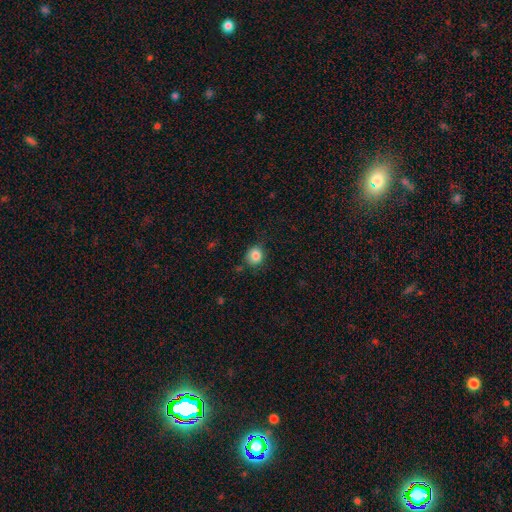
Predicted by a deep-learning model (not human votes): Smooth or featured? smooth (84%)
How rounded? round (78%)
Merging? none (77%)